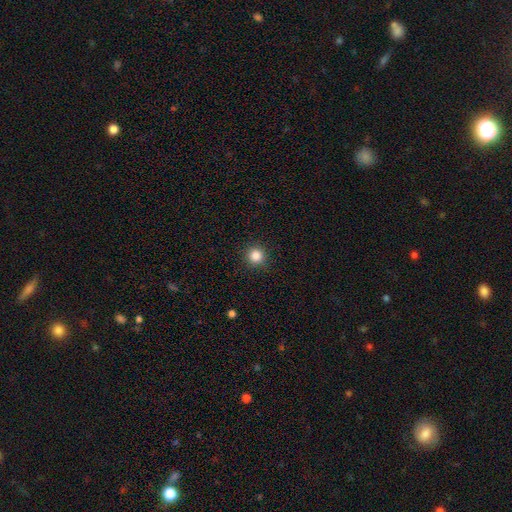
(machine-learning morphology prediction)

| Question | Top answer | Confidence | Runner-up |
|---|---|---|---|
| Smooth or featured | smooth | 85% | star or artifact (11%) |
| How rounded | round | 94% | in between (5%) |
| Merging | none | 92% | minor disturbance (5%) |